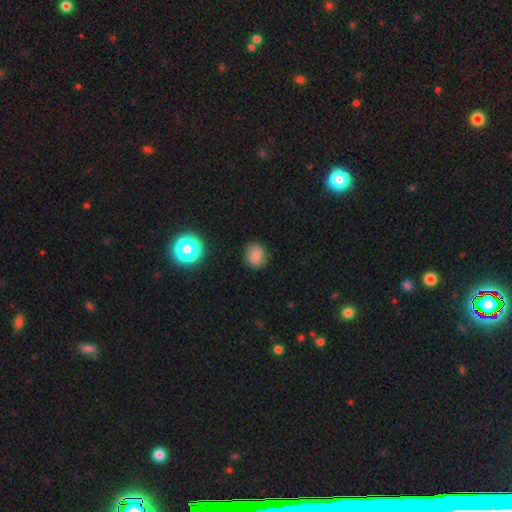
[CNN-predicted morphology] smooth-or-featured: smooth: 74% | star or artifact: 13% | featured or disk: 13%
  how-rounded: round: 79% | in between: 20% | cigar-shaped: 1%
  merging: none: 81% | minor disturbance: 14% | major disturbance: 4% | merger: 1%